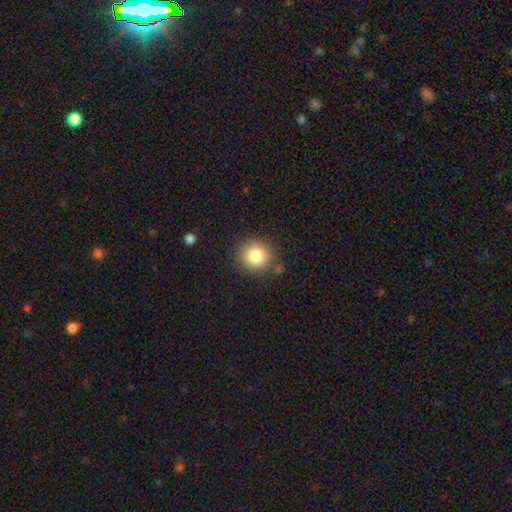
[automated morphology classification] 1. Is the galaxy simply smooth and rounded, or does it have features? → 82% smooth, 11% star or artifact, 7% featured or disk.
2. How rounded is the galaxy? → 92% round, 7% in between, 1% cigar-shaped.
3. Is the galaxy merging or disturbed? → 85% none, 9% minor disturbance, 3% merger, 3% major disturbance.